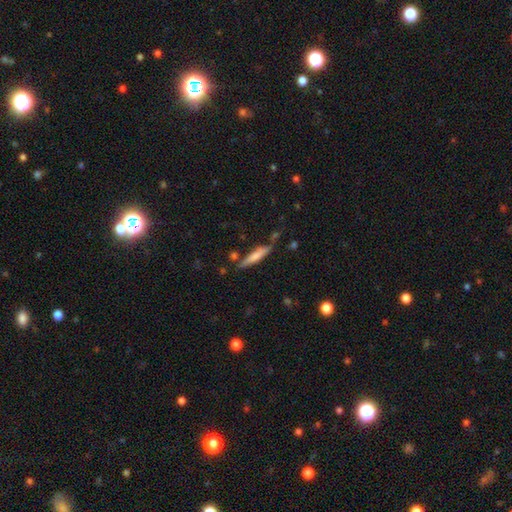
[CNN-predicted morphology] Smooth or featured? Predicted: smooth (p=0.61). How rounded? Predicted: cigar-shaped (p=0.88). Merging? Predicted: none (p=0.75).